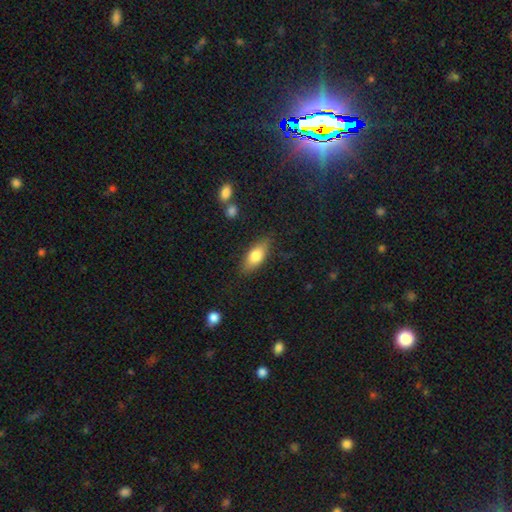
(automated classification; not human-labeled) Smooth or featured? Predicted: smooth (p=0.75). How rounded? Predicted: in between (p=0.78). Merging? Predicted: none (p=0.82).